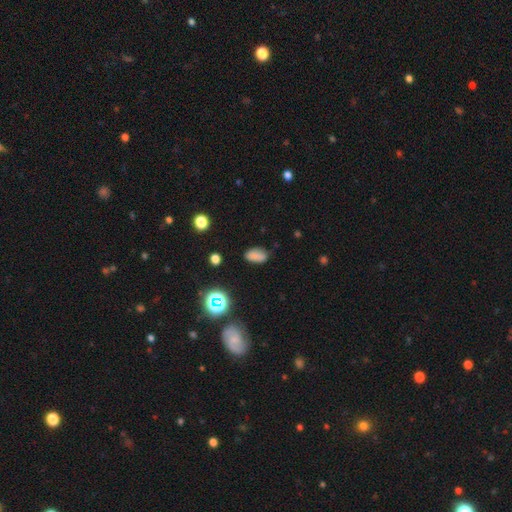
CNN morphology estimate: smooth 79%, star or artifact 15%, featured or disk 6%. Down the decision tree: how rounded — in between (90%); merging — none (79%).